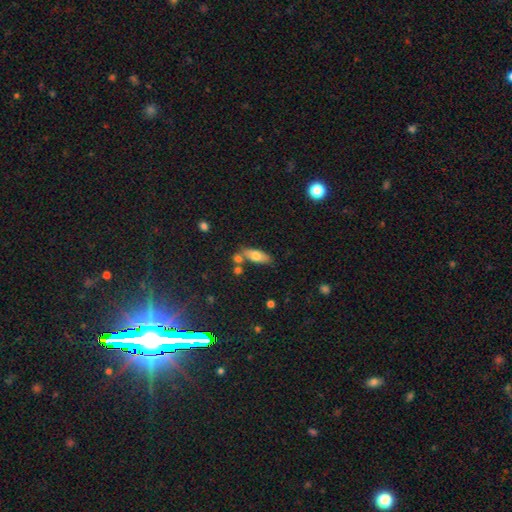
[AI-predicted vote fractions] The model was most divided on "how rounded": in between: 70%, cigar-shaped: 27%, round: 3%. More confident: smooth or featured — smooth (72%); merging — none (65%).